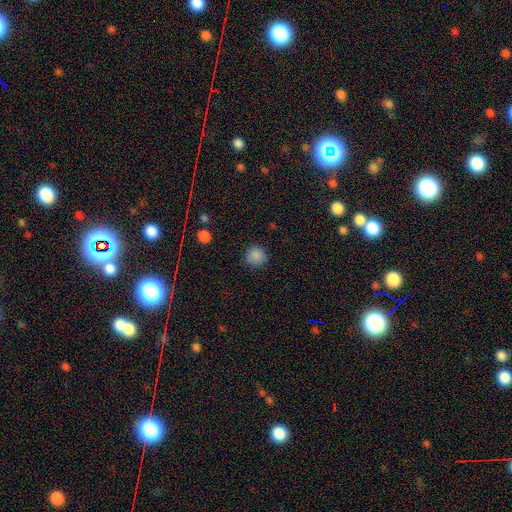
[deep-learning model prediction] Q: Smooth or featured?
A: smooth (86%); runner-up: star or artifact (11%)
Q: How rounded?
A: round (92%); runner-up: in between (7%)
Q: Merging?
A: none (86%); runner-up: minor disturbance (10%)